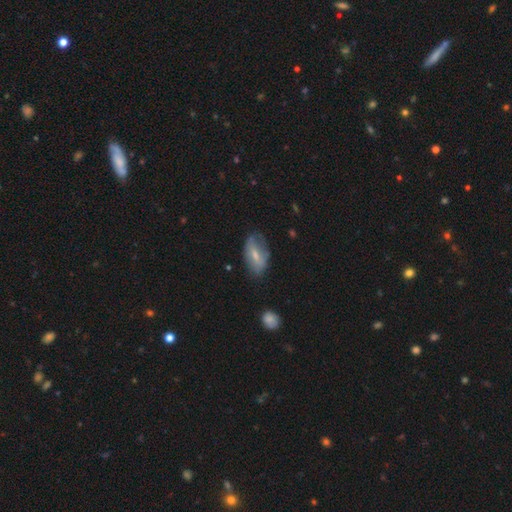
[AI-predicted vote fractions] A smooth galaxy with no disk features (52%) that is in between round and cigar-shaped (88%). Merging: none (59%).